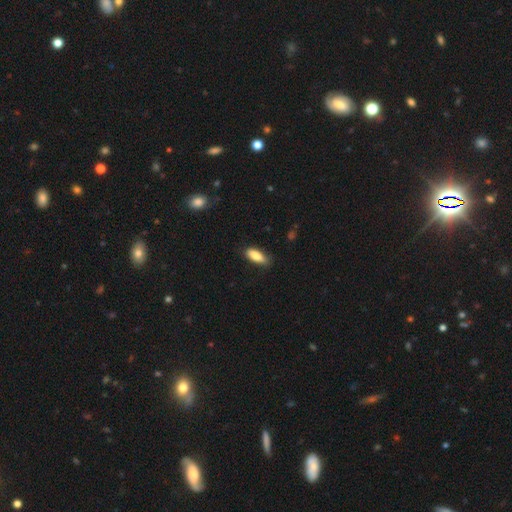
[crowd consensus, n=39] Smooth or featured?
  - smooth: 87% *
  - featured or disk: 10%
  - star or artifact: 3%
How rounded?
  - in between: 68% *
  - cigar-shaped: 32%
  - round: 0%
Merging?
  - none: 71% *
  - minor disturbance: 24%
  - major disturbance: 5%
  - merger: 0%